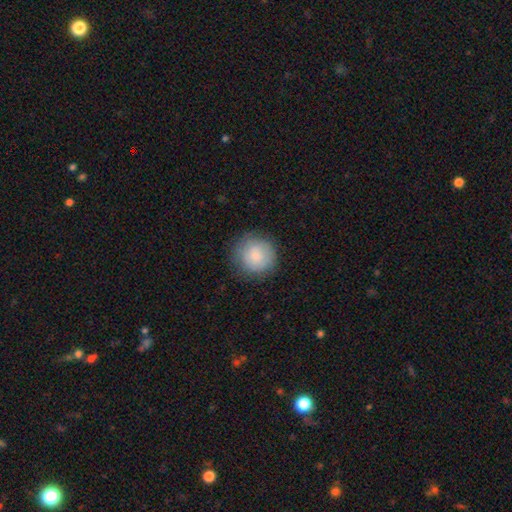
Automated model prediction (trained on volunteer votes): Smooth or featured: smooth — 77% (featured or disk — 15%)
How rounded: round — 94% (in between — 5%)
Merging: none — 81% (minor disturbance — 14%)